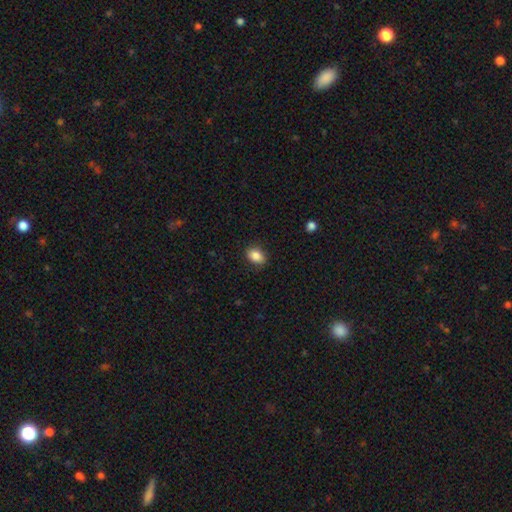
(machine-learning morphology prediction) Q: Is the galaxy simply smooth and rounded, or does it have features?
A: smooth — 86%.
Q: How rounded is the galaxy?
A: in between — 75%.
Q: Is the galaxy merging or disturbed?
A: none — 87%.